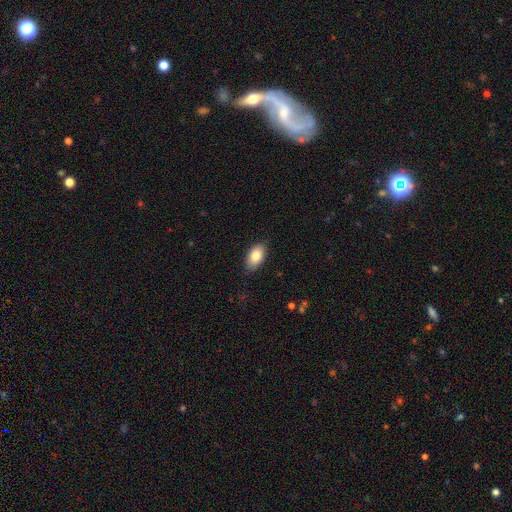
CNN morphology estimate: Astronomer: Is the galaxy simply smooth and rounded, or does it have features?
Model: smooth — 84%.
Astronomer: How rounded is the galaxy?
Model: in between — 93%.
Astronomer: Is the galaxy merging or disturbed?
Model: none — 84%.